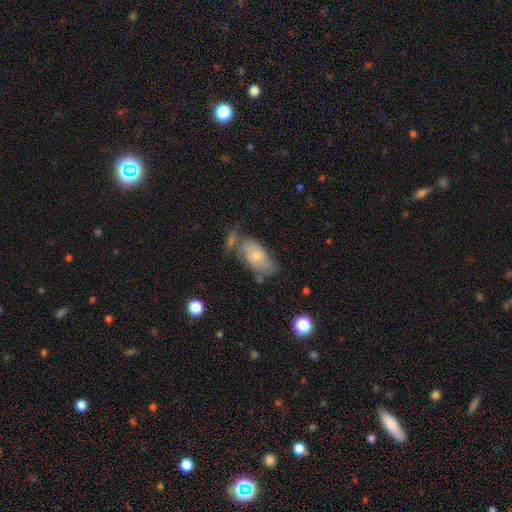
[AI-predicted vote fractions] A smooth galaxy with no disk features (63%) that is in between round and cigar-shaped (91%). Merging: none (46%).